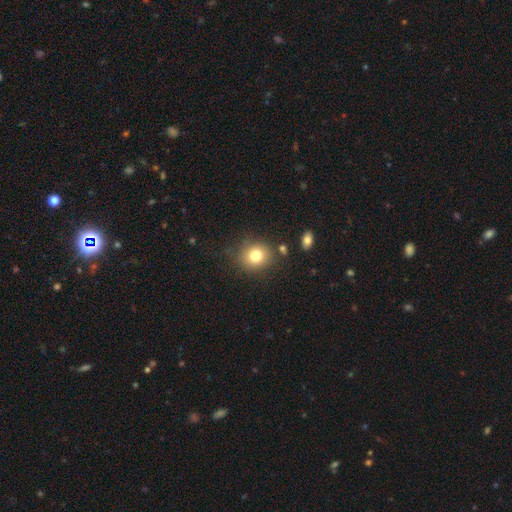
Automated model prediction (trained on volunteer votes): A smooth galaxy with no disk features (79%) that is round (78%). Merging: none (82%).